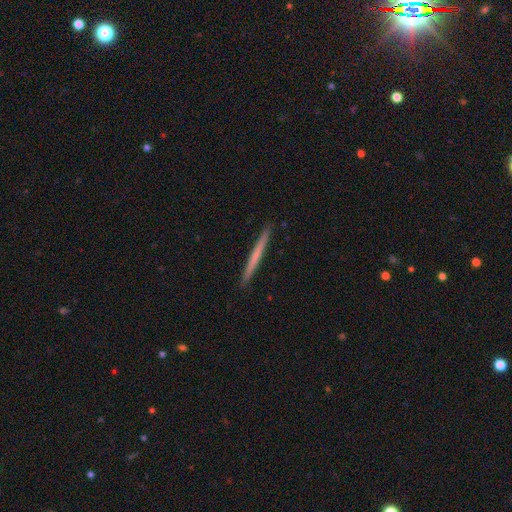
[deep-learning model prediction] Smooth or featured?
  - smooth: 55% *
  - featured or disk: 40%
  - star or artifact: 5%
How rounded?
  - cigar-shaped: 97% *
  - in between: 1%
  - round: 1%
Merging?
  - none: 93% *
  - minor disturbance: 5%
  - major disturbance: 1%
  - merger: 1%